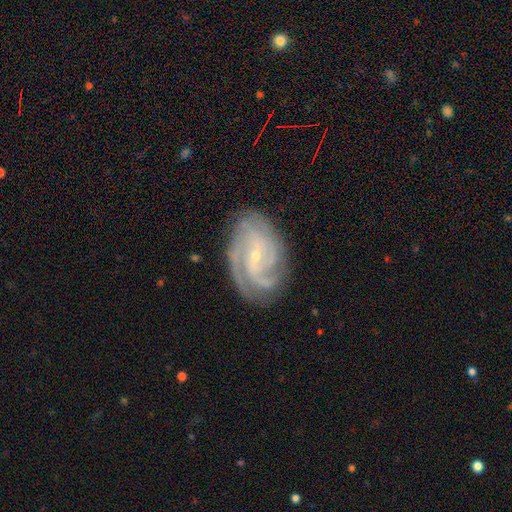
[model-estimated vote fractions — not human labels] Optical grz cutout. It shows a featured or disk galaxy (89%) with no bar (48%), 3 (36%) tight (59%) spiral arms (98%) and a small central bulge (80%). Merging: none (77%).